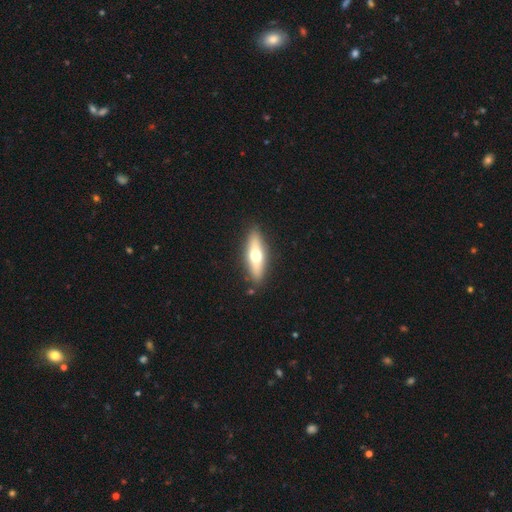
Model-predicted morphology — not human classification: Smooth or featured: smooth — 50% (featured or disk — 44%)
How rounded: cigar-shaped — 55% (in between — 42%)
Merging: none — 87% (minor disturbance — 9%)